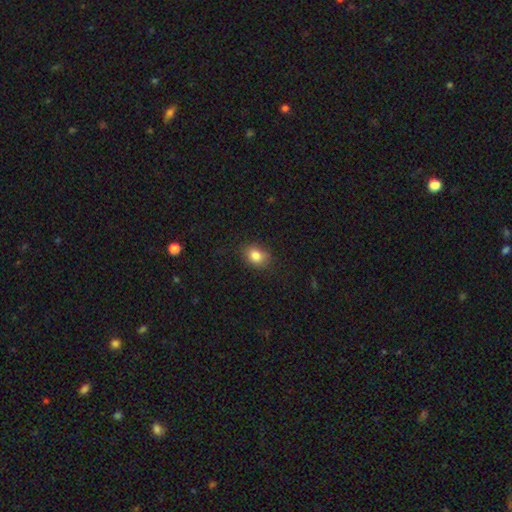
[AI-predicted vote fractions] Morphology: type=smooth (84%); roundness=in between (58%); merging=none (82%).